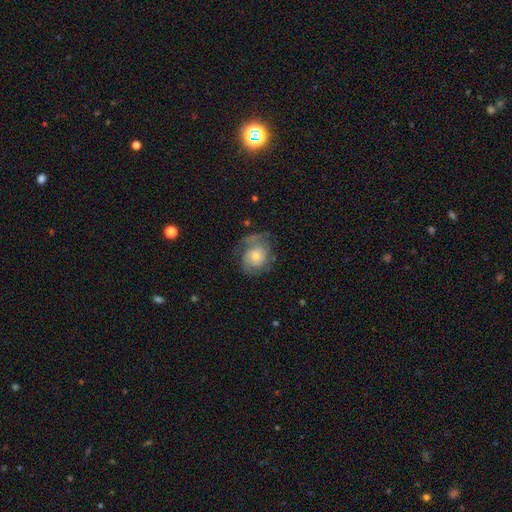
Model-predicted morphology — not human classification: A featured or disk galaxy (67%) with no bar (74%), 2 (40%) tight (46%) spiral arms (88%) and a small central bulge (52%). Merging: none (59%).